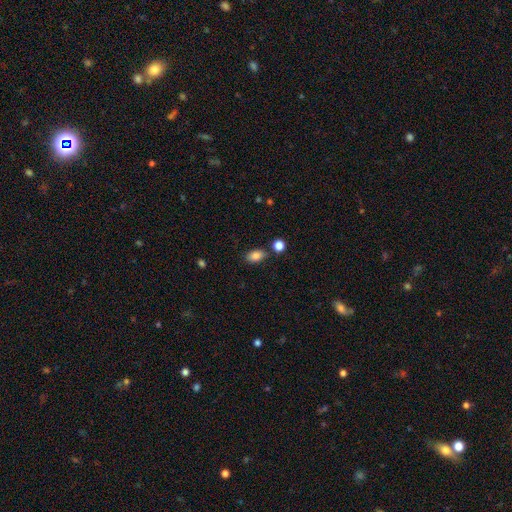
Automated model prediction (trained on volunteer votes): smooth_or_featured: smooth (p=0.85) [alt: star or artifact p=0.09]
how_rounded: in between (p=0.86) [alt: round p=0.13]
merging: none (p=0.78) [alt: minor disturbance p=0.12]